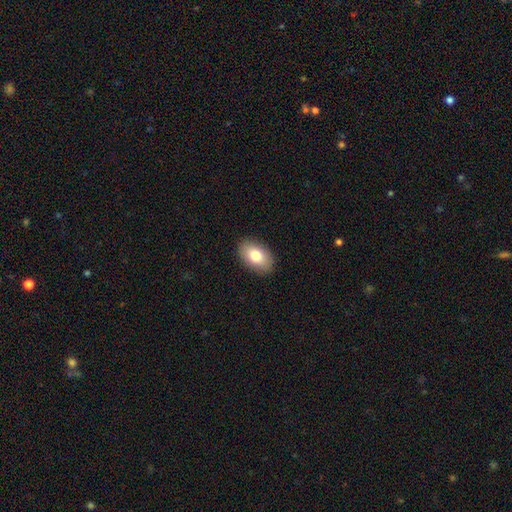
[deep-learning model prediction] The model was most divided on "smooth or featured": smooth: 80%, featured or disk: 13%, star or artifact: 7%. More confident: how rounded — in between (91%); merging — none (89%).